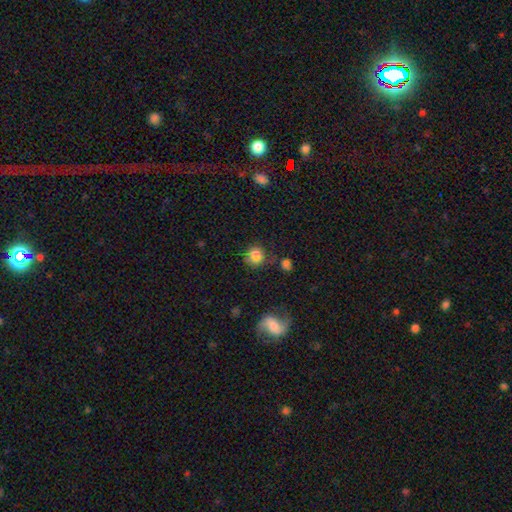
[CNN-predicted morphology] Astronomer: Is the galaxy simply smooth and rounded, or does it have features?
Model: smooth — 83%.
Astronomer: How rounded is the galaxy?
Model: round — 89%.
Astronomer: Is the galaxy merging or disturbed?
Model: none — 75%.